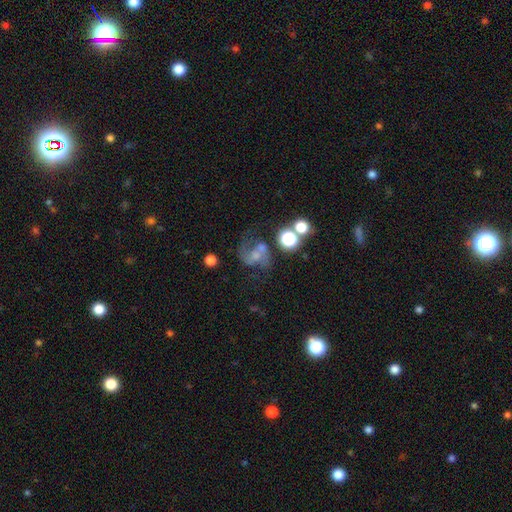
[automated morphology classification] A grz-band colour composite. It shows a featured or disk galaxy (65%) with no bar (54%), 2 (83%) loose (56%) spiral arms (89%) and a moderate central bulge (38%). Merging: none (43%).